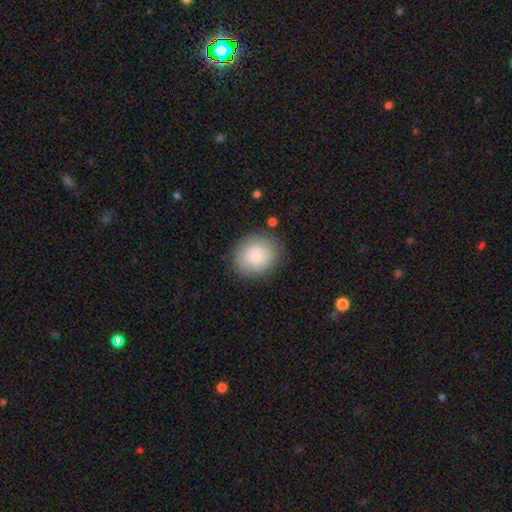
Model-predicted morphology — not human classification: Smooth or featured? smooth (85%)
How rounded? round (65%)
Merging? none (83%)